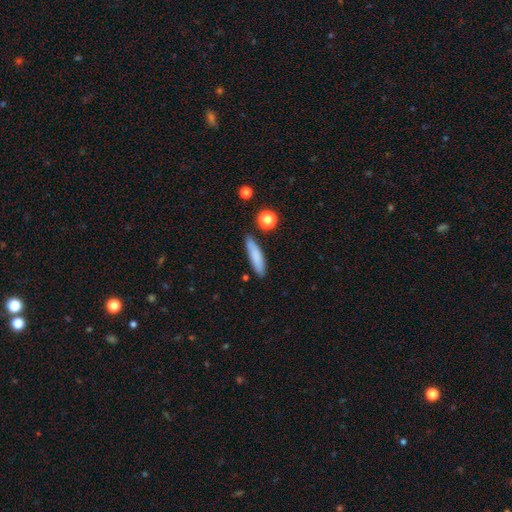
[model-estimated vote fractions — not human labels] A smooth galaxy with no disk features (80%) that is cigar-shaped (79%). Merging: none (82%).